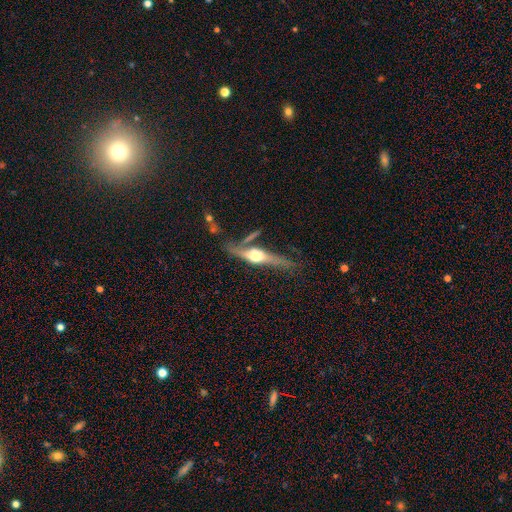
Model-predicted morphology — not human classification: Smooth or featured? Predicted: featured or disk (p=0.69). Edge-on disk? Predicted: yes (p=0.92). Edge-on bulge? Predicted: rounded (p=0.94). Merging? Predicted: none (p=0.57).